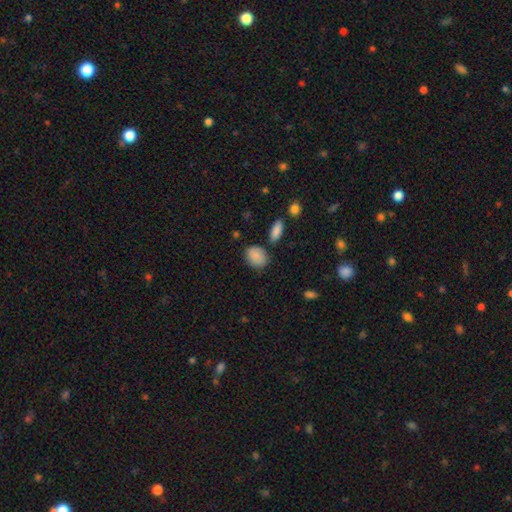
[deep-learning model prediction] This appears to be a smooth galaxy with no disk features (85%) that is in between round and cigar-shaped (54%). Merging: none (72%).